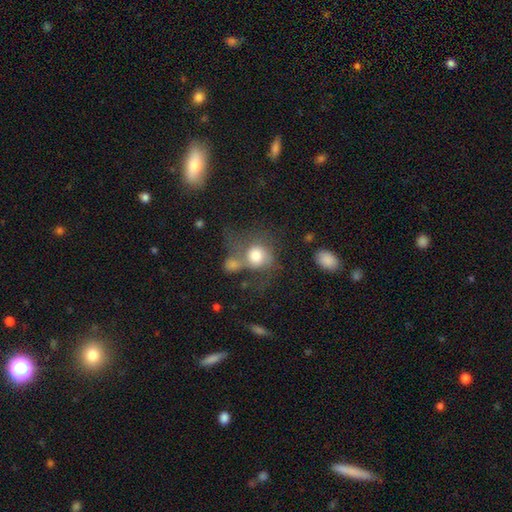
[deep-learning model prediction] Q: Smooth or featured?
A: smooth (67%); runner-up: featured or disk (24%)
Q: How rounded?
A: round (74%); runner-up: in between (25%)
Q: Merging?
A: merger (40%); runner-up: major disturbance (24%)